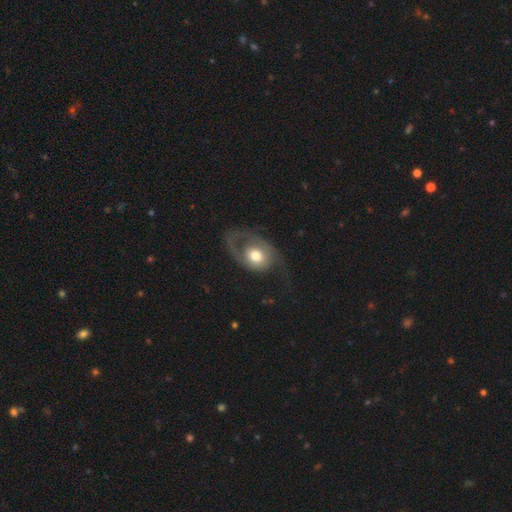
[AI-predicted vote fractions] Smooth or featured?
  - featured or disk: 51% *
  - smooth: 42%
  - star or artifact: 7%
Edge-on disk?
  - no: 95% *
  - yes: 5%
Merging?
  - major disturbance: 45% *
  - none: 33%
  - minor disturbance: 20%
  - merger: 2%